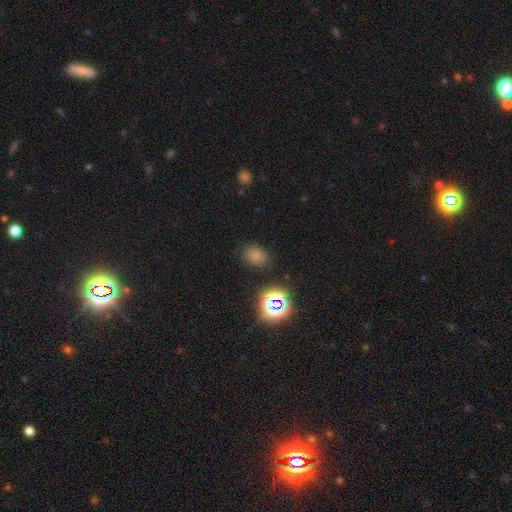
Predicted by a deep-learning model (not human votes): Smooth or featured?
  - smooth: 67% *
  - star or artifact: 24%
  - featured or disk: 9%
How rounded?
  - in between: 58% *
  - round: 41%
  - cigar-shaped: 1%
Merging?
  - none: 80% *
  - minor disturbance: 14%
  - major disturbance: 4%
  - merger: 2%